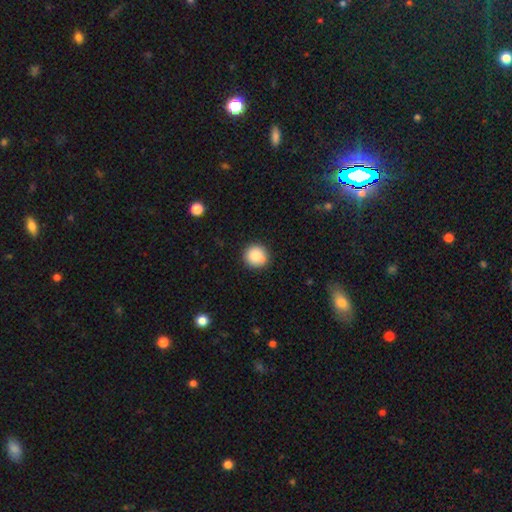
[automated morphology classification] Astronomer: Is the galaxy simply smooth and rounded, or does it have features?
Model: smooth — 86%.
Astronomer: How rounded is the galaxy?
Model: round — 93%.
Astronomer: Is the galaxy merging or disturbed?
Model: none — 87%.